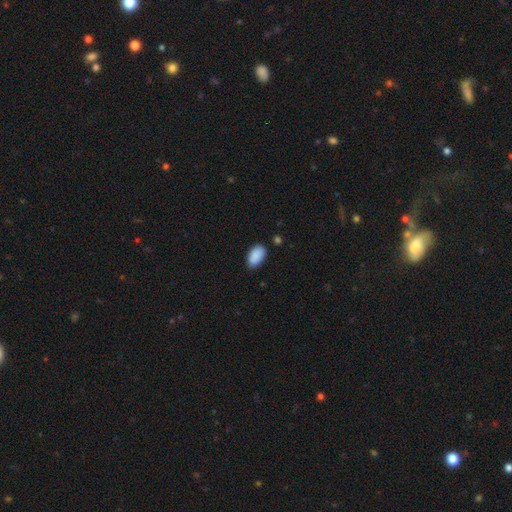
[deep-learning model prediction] Smooth or featured? Predicted: smooth (p=0.90). How rounded? Predicted: in between (p=0.94). Merging? Predicted: none (p=0.79).